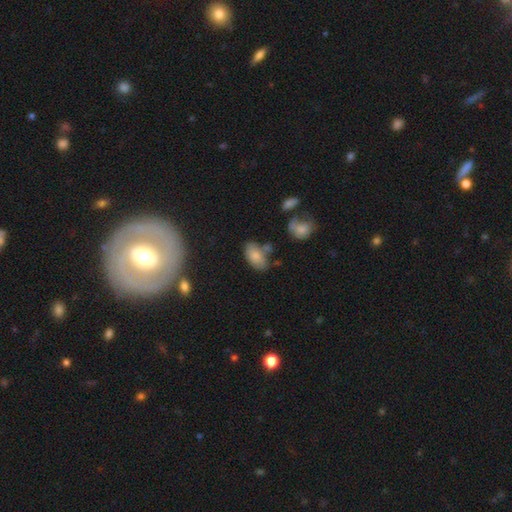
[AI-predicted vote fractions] smooth_or_featured: smooth (p=0.78) [alt: featured or disk p=0.14]
how_rounded: in between (p=0.92) [alt: round p=0.06]
merging: none (p=0.58) [alt: minor disturbance p=0.23]